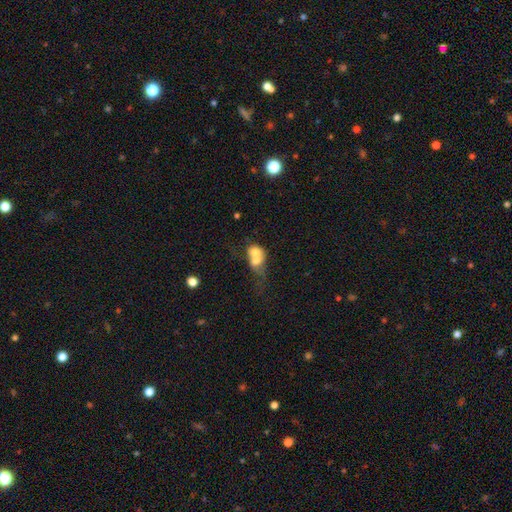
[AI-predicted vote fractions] This appears to be a smooth galaxy with no disk features (64%) that is round (54%). Merging: merger (76%).